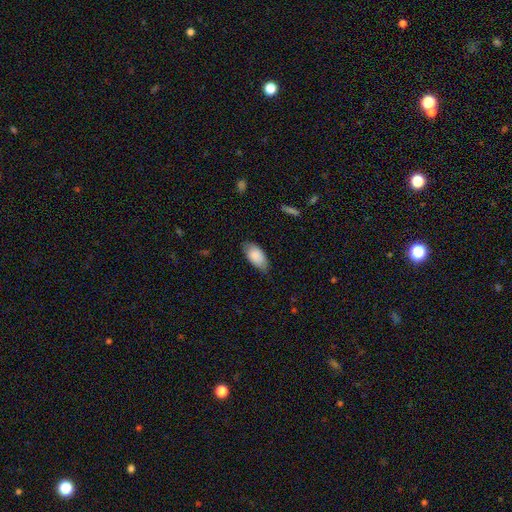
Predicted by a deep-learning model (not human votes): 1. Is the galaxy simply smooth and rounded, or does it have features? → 86% smooth, 8% featured or disk, 6% star or artifact.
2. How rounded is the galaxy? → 93% in between, 4% cigar-shaped, 3% round.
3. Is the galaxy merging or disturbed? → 69% none, 25% minor disturbance, 4% major disturbance, 1% merger.